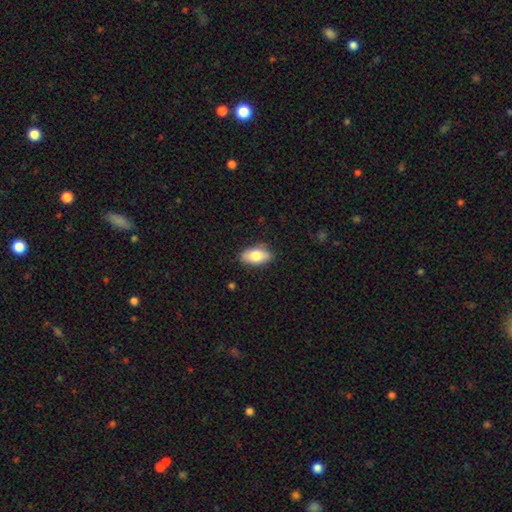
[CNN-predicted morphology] Smooth or featured: smooth — 79% (featured or disk — 15%)
How rounded: in between — 91% (round — 5%)
Merging: none — 82% (minor disturbance — 14%)